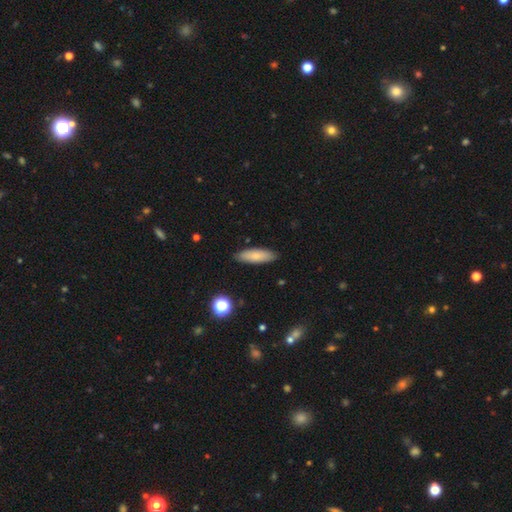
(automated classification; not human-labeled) This appears to be a smooth galaxy with no disk features (79%) that is in between round and cigar-shaped (52%). Merging: none (88%).